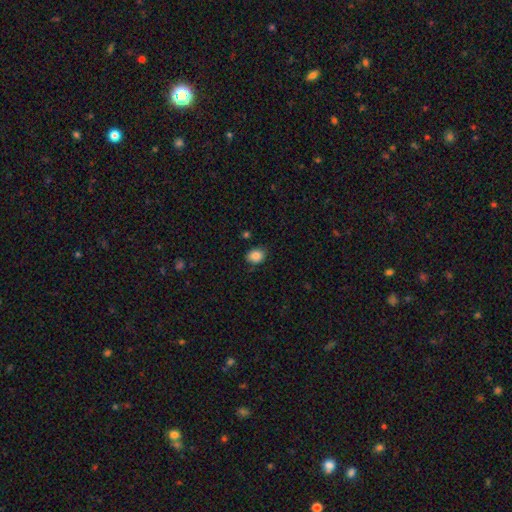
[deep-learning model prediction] Smooth or featured?
  - smooth: 86% *
  - star or artifact: 9%
  - featured or disk: 5%
How rounded?
  - round: 50% *
  - in between: 49%
  - cigar-shaped: 1%
Merging?
  - none: 80% *
  - minor disturbance: 14%
  - major disturbance: 3%
  - merger: 2%